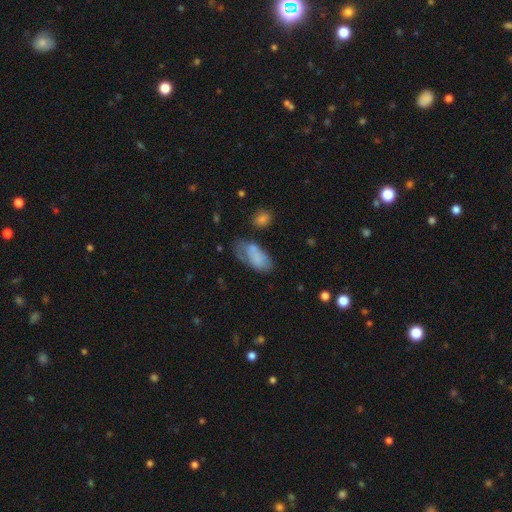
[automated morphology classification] Q: Smooth or featured?
A: smooth (73%); runner-up: featured or disk (18%)
Q: How rounded?
A: in between (92%); runner-up: cigar-shaped (4%)
Q: Merging?
A: none (40%); runner-up: minor disturbance (30%)